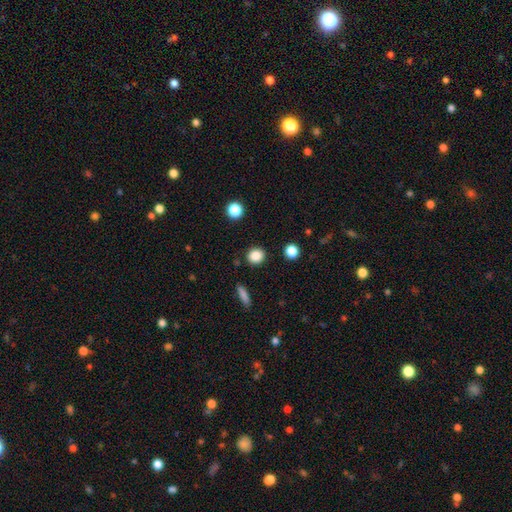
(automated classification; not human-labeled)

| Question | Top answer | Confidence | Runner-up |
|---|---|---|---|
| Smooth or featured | smooth | 86% | star or artifact (10%) |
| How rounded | round | 82% | in between (16%) |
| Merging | none | 90% | minor disturbance (6%) |